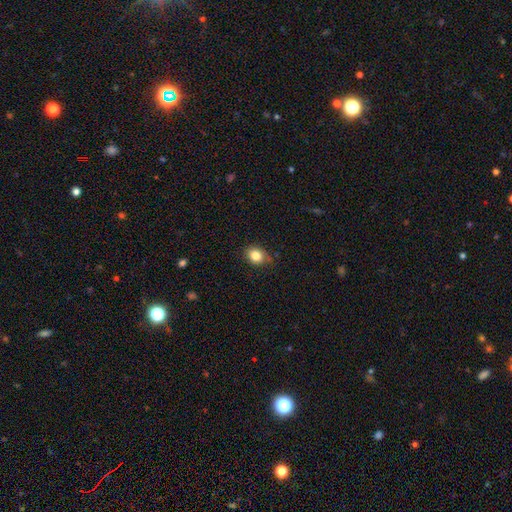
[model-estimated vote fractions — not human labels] This appears to be a smooth galaxy with no disk features (82%) that is round (54%). Merging: none (75%).